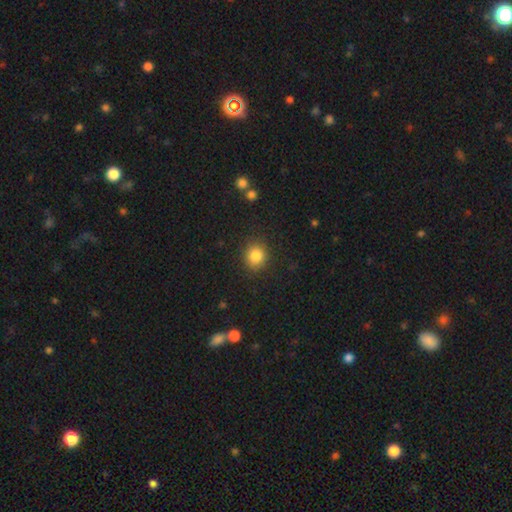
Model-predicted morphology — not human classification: Smooth or featured? Predicted: smooth (p=0.84). How rounded? Predicted: round (p=0.83). Merging? Predicted: none (p=0.88).